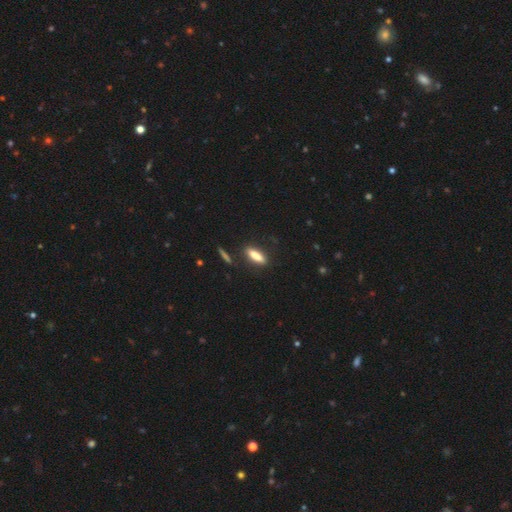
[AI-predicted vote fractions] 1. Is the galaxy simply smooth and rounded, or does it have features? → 81% smooth, 12% featured or disk, 7% star or artifact.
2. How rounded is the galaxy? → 56% cigar-shaped, 42% in between, 3% round.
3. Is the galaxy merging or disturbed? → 82% none, 12% minor disturbance, 3% major disturbance, 3% merger.